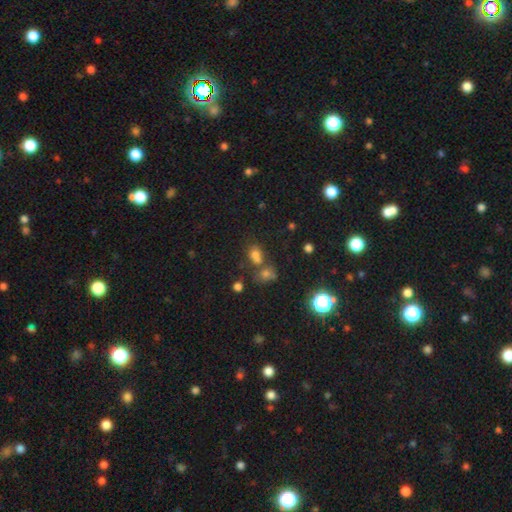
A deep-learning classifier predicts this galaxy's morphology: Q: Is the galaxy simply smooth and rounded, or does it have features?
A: smooth — 69%.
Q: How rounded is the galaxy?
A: in between — 63%.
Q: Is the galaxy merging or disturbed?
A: none — 45%.